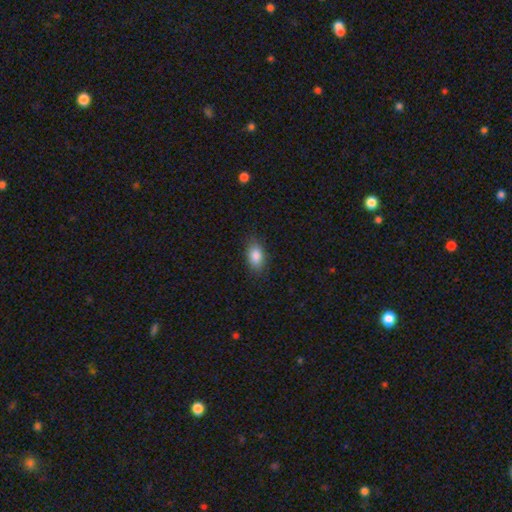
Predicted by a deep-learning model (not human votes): Q: Smooth or featured?
A: smooth (87%); runner-up: star or artifact (7%)
Q: How rounded?
A: in between (90%); runner-up: round (7%)
Q: Merging?
A: none (83%); runner-up: minor disturbance (13%)